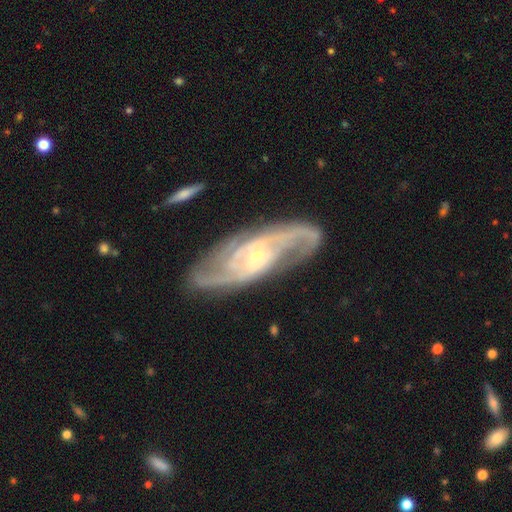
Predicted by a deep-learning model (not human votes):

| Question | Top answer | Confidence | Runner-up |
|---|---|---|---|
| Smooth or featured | featured or disk | 90% | smooth (5%) |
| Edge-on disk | no | 93% | yes (7%) |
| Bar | no | 50% | weak (36%) |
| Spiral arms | yes | 98% | no (2%) |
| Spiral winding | medium | 48% | tight (40%) |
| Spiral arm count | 2 | 66% | 3 (13%) |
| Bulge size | small | 73% | moderate (22%) |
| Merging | none | 77% | minor disturbance (15%) |